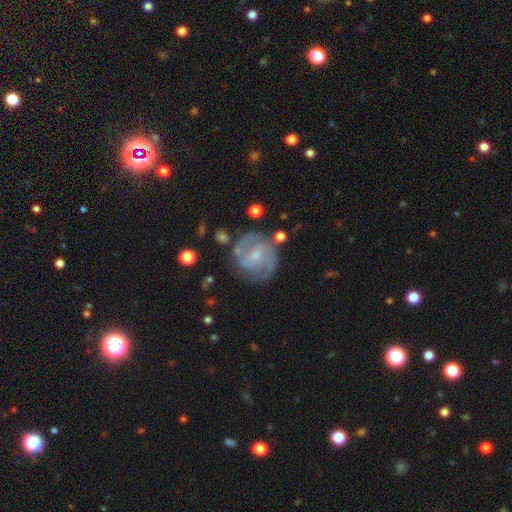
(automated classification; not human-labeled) The model was most divided on "spiral winding": medium: 49%, tight: 29%, loose: 22%. More confident: edge-on disk — no (97%); spiral arms — yes (85%); spiral arm count — 2 (73%); smooth or featured — featured or disk (70%); merging — none (69%); bulge size — small (62%); bar — weak (52%).